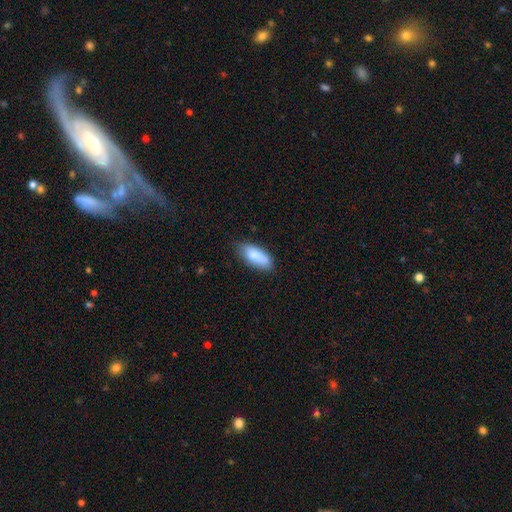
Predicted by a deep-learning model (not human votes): Q: Smooth or featured?
A: smooth (82%); runner-up: featured or disk (11%)
Q: How rounded?
A: in between (81%); runner-up: cigar-shaped (17%)
Q: Merging?
A: none (71%); runner-up: minor disturbance (22%)